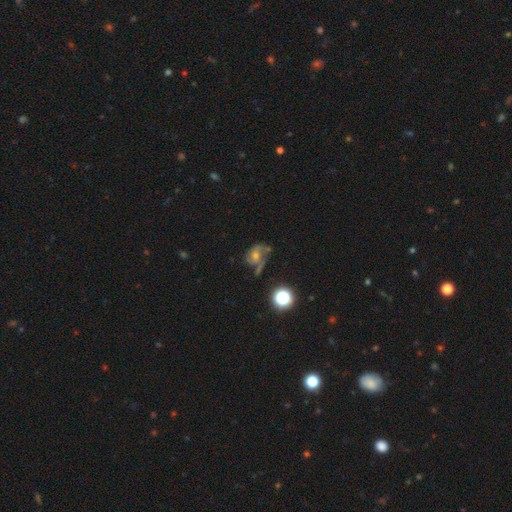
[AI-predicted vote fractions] The model was most divided on "bulge size": moderate: 47%, small: 44%, none: 4%, large: 3%, dominant: 1%. Remaining: edge-on disk — no (97%); spiral arms — yes (90%); bar — no (69%); smooth or featured — featured or disk (68%); spiral arm count — 2 (54%); merging — none (50%); spiral winding — medium (48%).